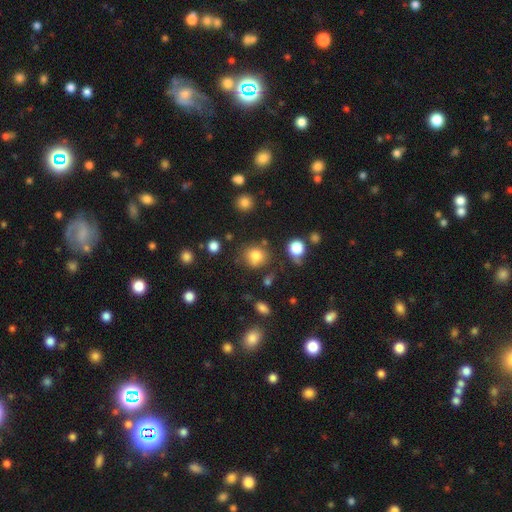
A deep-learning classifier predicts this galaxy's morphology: Smooth or featured? Predicted: smooth (p=0.79). How rounded? Predicted: round (p=0.77). Merging? Predicted: none (p=0.69).